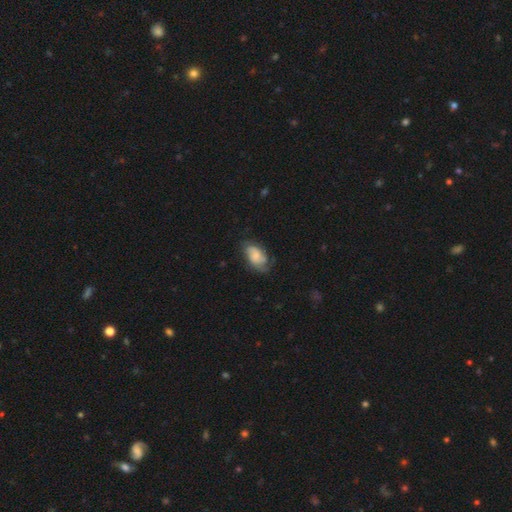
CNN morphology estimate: Smooth or featured: featured or disk — 47% (smooth — 45%)
Merging: none — 54% (minor disturbance — 29%)